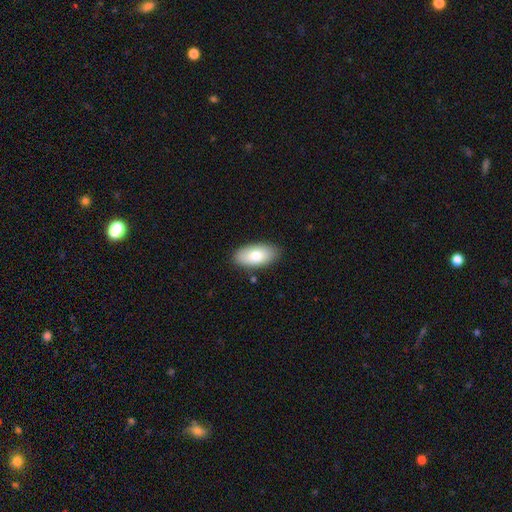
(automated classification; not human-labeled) Q: Smooth or featured?
A: smooth (77%); runner-up: featured or disk (16%)
Q: How rounded?
A: in between (93%); runner-up: cigar-shaped (5%)
Q: Merging?
A: none (86%); runner-up: minor disturbance (10%)